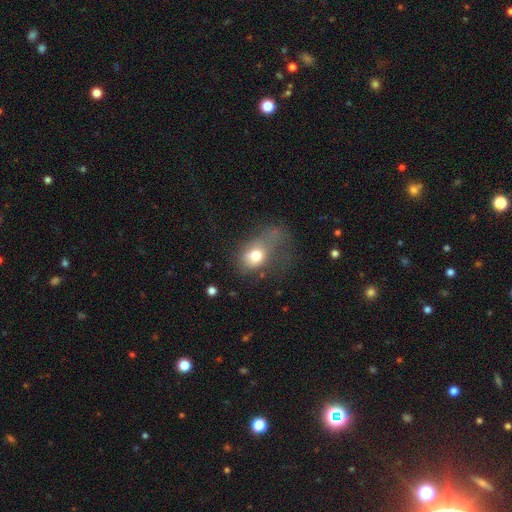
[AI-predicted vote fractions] Q: Smooth or featured?
A: smooth (70%); runner-up: featured or disk (20%)
Q: How rounded?
A: in between (66%); runner-up: round (32%)
Q: Merging?
A: major disturbance (54%); runner-up: minor disturbance (23%)